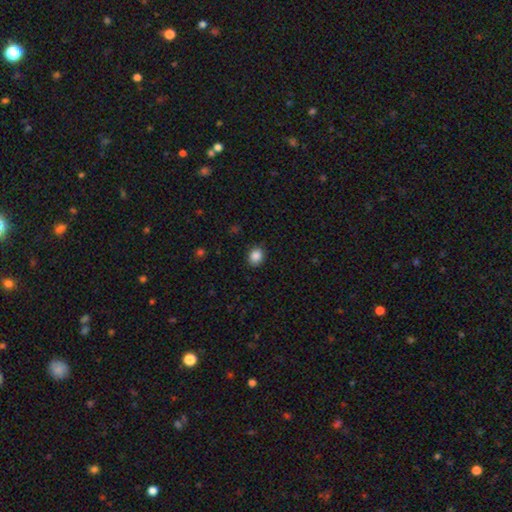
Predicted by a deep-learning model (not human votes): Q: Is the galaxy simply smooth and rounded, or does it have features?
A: smooth — 87%.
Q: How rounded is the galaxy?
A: round — 60%.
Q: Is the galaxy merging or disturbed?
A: none — 88%.